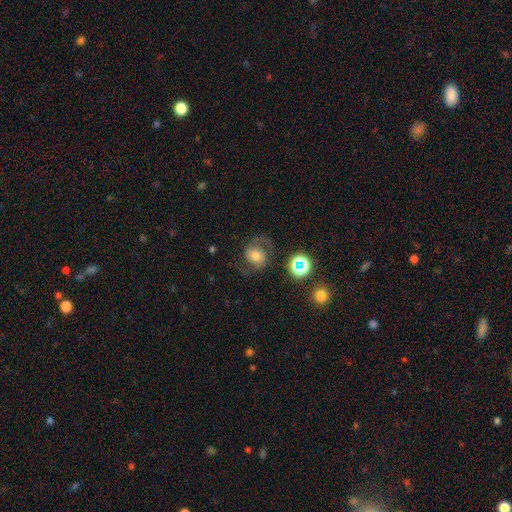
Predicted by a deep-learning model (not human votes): featured or disk 66%, smooth 23%, star or artifact 11%. Down the decision tree: edge-on disk — no (98%); bar — no (63%); spiral arms — yes (91%); spiral arm count — 2 (87%); spiral winding — medium (51%); bulge size — moderate (56%); merging — none (67%).